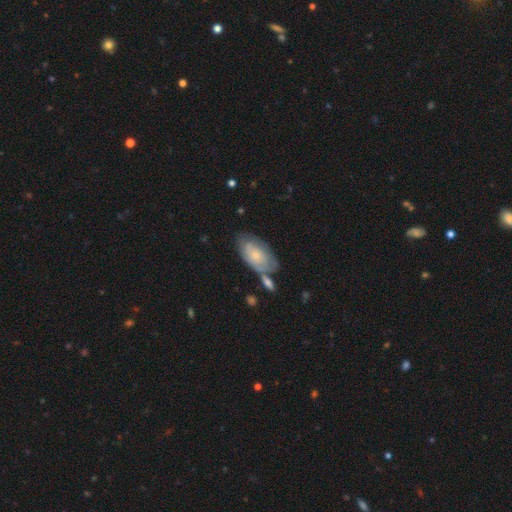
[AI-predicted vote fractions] Smooth or featured?
  - smooth: 55% *
  - featured or disk: 38%
  - star or artifact: 6%
How rounded?
  - in between: 93% *
  - round: 4%
  - cigar-shaped: 3%
Merging?
  - none: 55% *
  - minor disturbance: 23%
  - merger: 14%
  - major disturbance: 8%